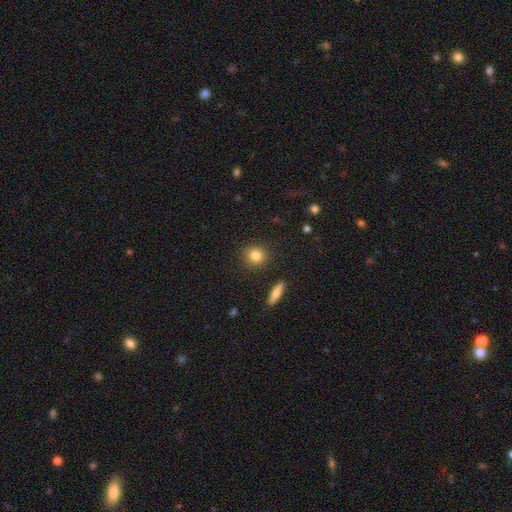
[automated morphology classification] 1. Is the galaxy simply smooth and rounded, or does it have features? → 82% smooth, 10% star or artifact, 8% featured or disk.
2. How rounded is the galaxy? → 83% round, 15% in between, 2% cigar-shaped.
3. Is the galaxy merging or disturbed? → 89% none, 7% minor disturbance, 2% major disturbance, 2% merger.